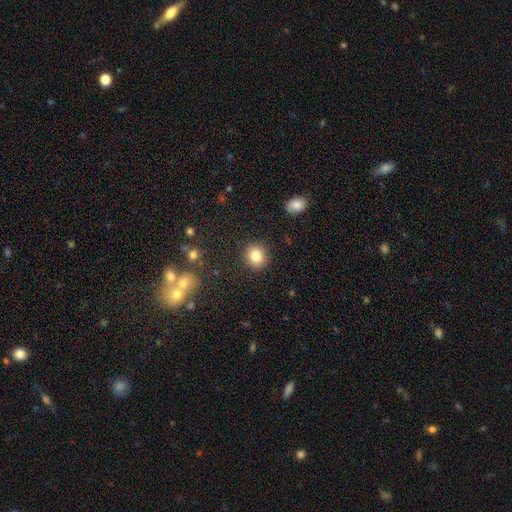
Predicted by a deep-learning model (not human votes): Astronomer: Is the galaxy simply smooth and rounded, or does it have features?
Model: smooth — 84%.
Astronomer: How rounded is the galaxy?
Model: round — 83%.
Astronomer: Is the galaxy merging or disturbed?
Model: none — 90%.